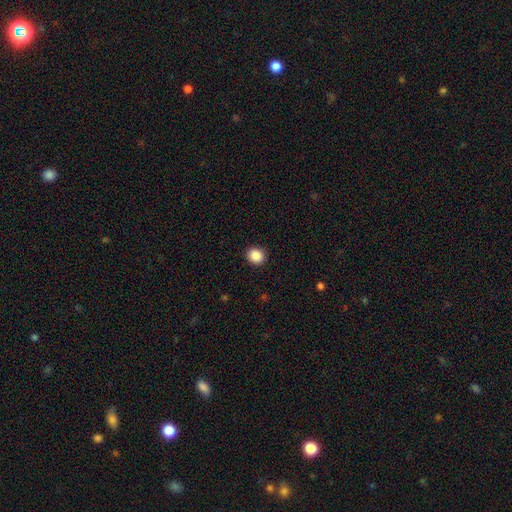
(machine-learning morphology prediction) Smooth or featured?
  - smooth: 88% *
  - star or artifact: 9%
  - featured or disk: 3%
How rounded?
  - round: 78% *
  - in between: 21%
  - cigar-shaped: 1%
Merging?
  - none: 91% *
  - minor disturbance: 6%
  - major disturbance: 2%
  - merger: 1%